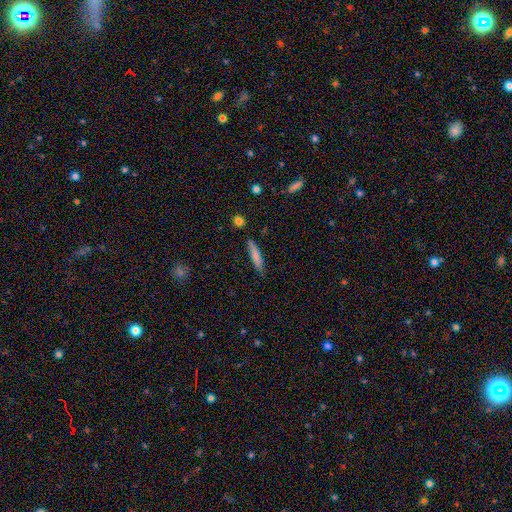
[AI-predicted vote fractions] Smooth or featured? Predicted: smooth (p=0.77). How rounded? Predicted: cigar-shaped (p=0.87). Merging? Predicted: none (p=0.81).